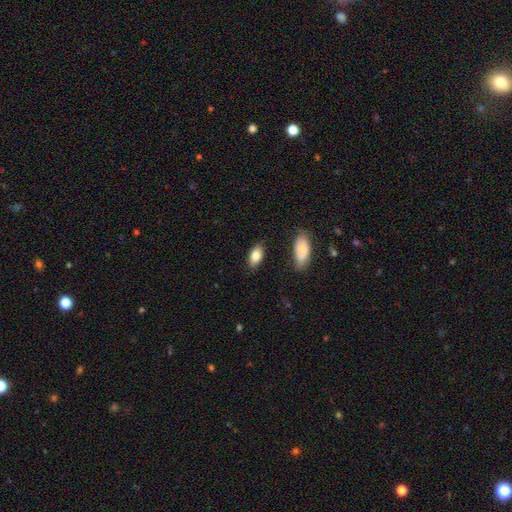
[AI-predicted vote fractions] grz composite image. It shows a smooth galaxy with no disk features (82%) that is in between round and cigar-shaped (91%). Merging: none (83%).